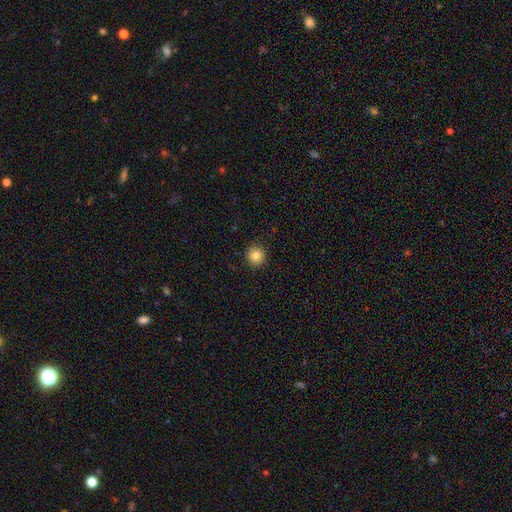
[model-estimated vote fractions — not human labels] Morphology: type=smooth (84%); roundness=round (95%); merging=none (92%).